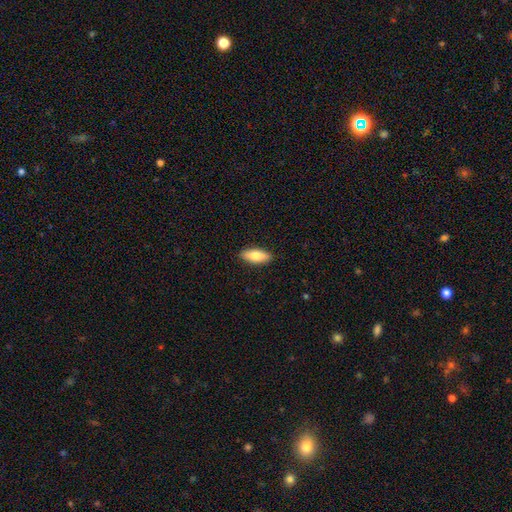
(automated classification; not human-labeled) smooth_or_featured: smooth (p=0.79) [alt: featured or disk p=0.15]
how_rounded: in between (p=0.77) [alt: cigar-shaped p=0.21]
merging: none (p=0.89) [alt: minor disturbance p=0.08]